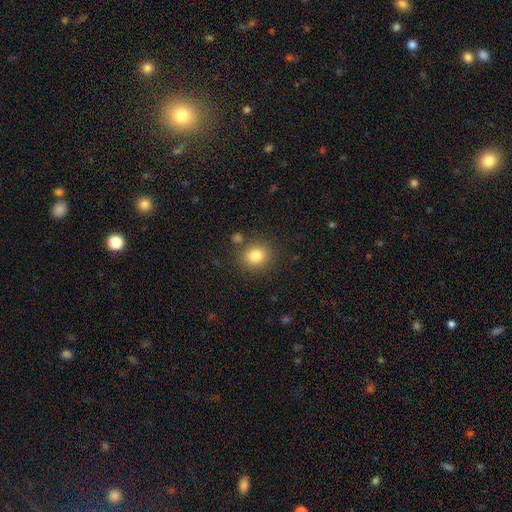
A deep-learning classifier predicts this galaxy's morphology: Overall: smooth (83%). How rounded: round (81%). Merging: none (82%).